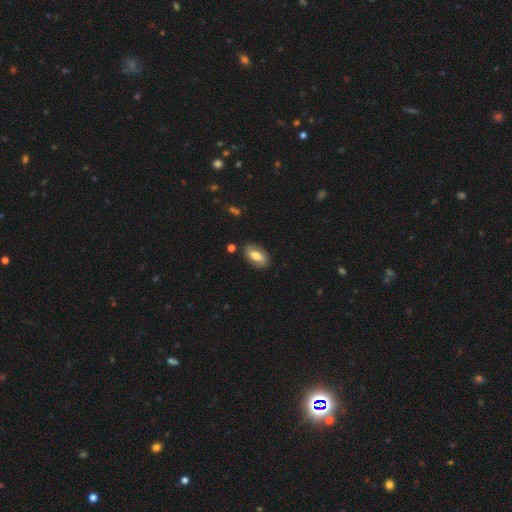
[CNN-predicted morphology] smooth-or-featured: smooth: 53% | featured or disk: 40% | star or artifact: 7%
  how-rounded: in between: 89% | round: 6% | cigar-shaped: 5%
  merging: none: 81% | minor disturbance: 14% | major disturbance: 3% | merger: 2%